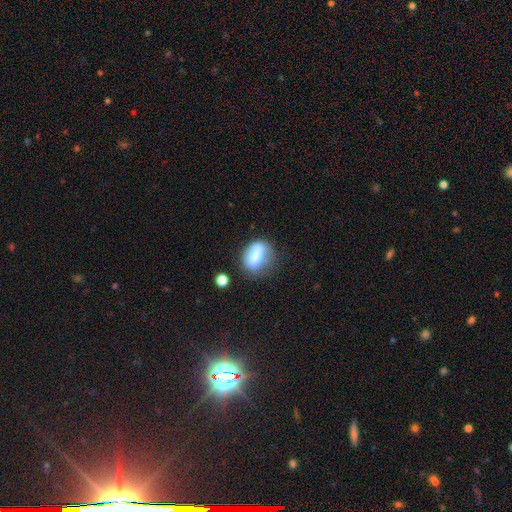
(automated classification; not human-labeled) A smooth galaxy with no disk features (69%) that is in between round and cigar-shaped (67%). Merging: none (50%).